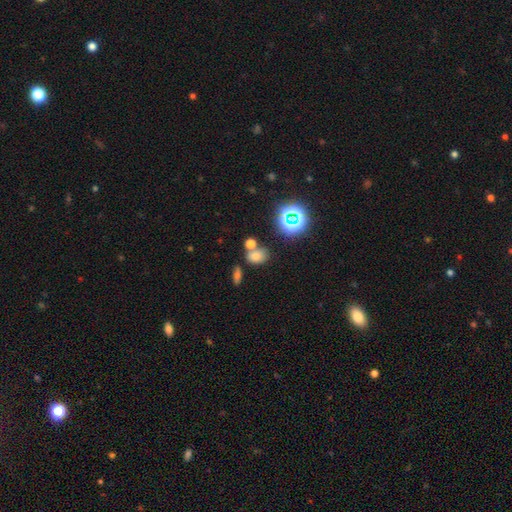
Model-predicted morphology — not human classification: Smooth or featured?
  - smooth: 67% *
  - star or artifact: 23%
  - featured or disk: 10%
How rounded?
  - in between: 62% *
  - round: 36%
  - cigar-shaped: 2%
Merging?
  - none: 57% *
  - merger: 26%
  - minor disturbance: 12%
  - major disturbance: 5%